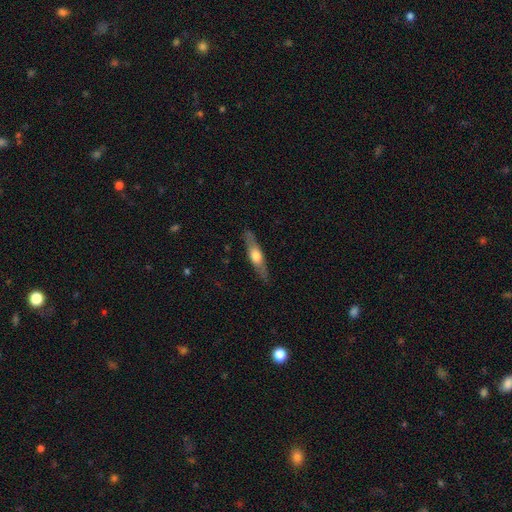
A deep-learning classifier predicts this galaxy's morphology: The model was most divided on "smooth or featured": featured or disk: 51%, smooth: 43%, star or artifact: 5%. More confident: edge-on disk — yes (88%); merging — none (85%).